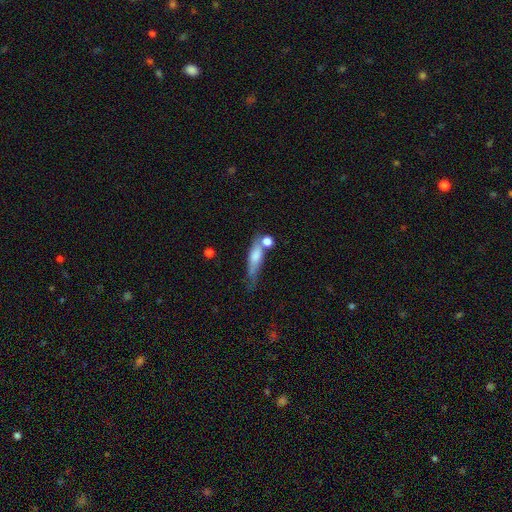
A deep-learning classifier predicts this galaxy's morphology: This is likely a smooth galaxy (64%). How rounded: possibly cigar-shaped (57%). Merging: marginally none (41%).